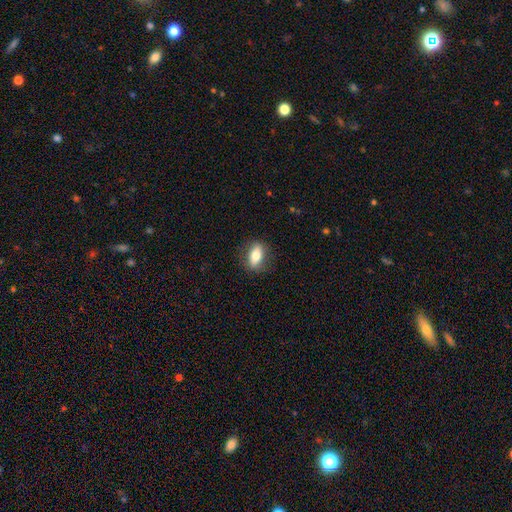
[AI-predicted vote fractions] A smooth galaxy with no disk features (70%) that is in between round and cigar-shaped (79%). Merging: none (83%).